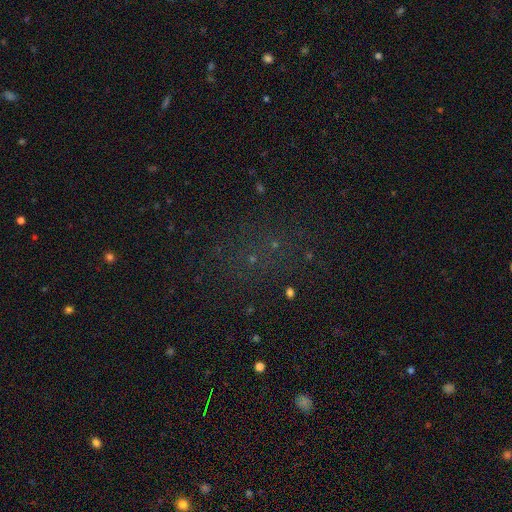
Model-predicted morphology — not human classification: Smooth or featured? star or artifact (58%)